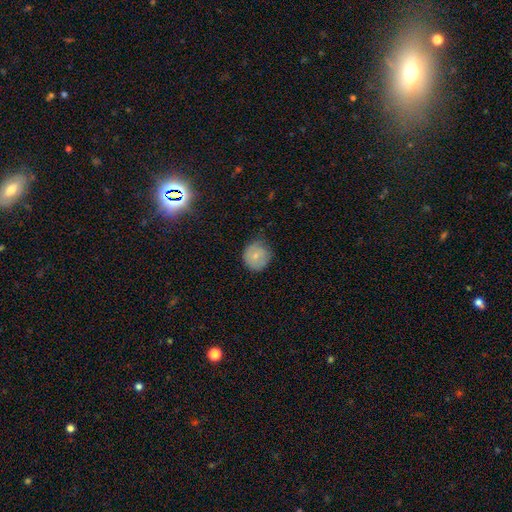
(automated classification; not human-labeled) This is likely a smooth galaxy (73%). How rounded: clearly round (89%). Merging: likely none (64%).